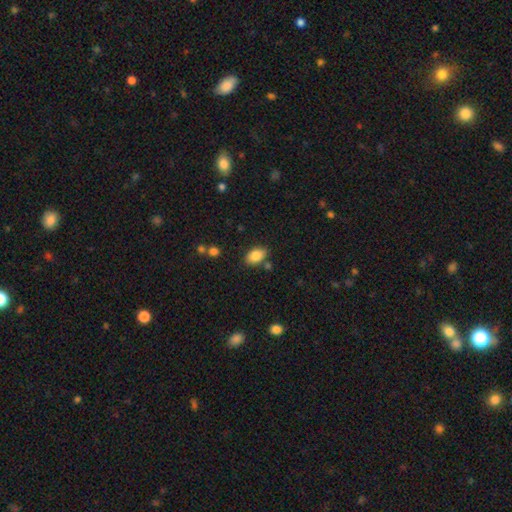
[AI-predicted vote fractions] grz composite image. It shows a smooth galaxy with no disk features (86%) that is in between round and cigar-shaped (89%). Merging: none (78%).